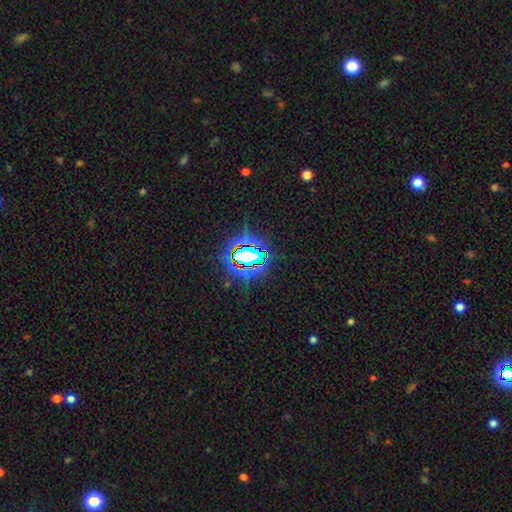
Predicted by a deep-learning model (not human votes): Smooth or featured? Predicted: star or artifact (p=0.81).